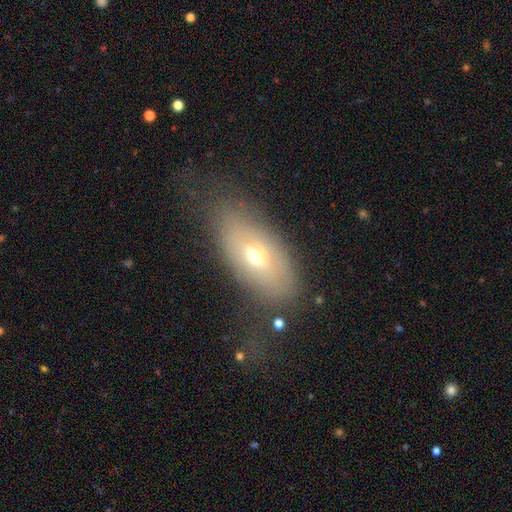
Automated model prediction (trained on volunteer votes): This is possibly a smooth galaxy (55%). How rounded: clearly in between (80%). Merging: possibly none (58%).